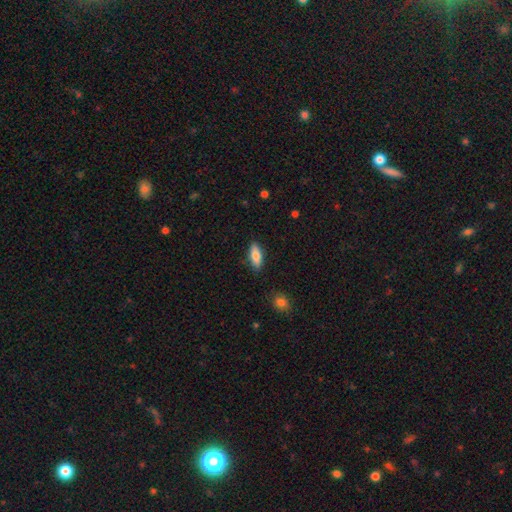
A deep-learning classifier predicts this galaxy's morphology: Smooth or featured?
  - smooth: 80% *
  - featured or disk: 14%
  - star or artifact: 6%
How rounded?
  - in between: 75% *
  - cigar-shaped: 22%
  - round: 2%
Merging?
  - none: 86% *
  - minor disturbance: 10%
  - major disturbance: 2%
  - merger: 1%